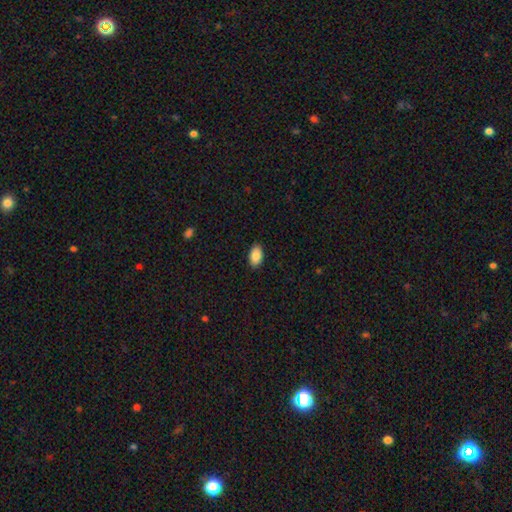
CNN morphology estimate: Smooth or featured?
  - smooth: 89% *
  - star or artifact: 7%
  - featured or disk: 4%
How rounded?
  - in between: 94% *
  - round: 5%
  - cigar-shaped: 2%
Merging?
  - none: 89% *
  - minor disturbance: 8%
  - major disturbance: 2%
  - merger: 1%